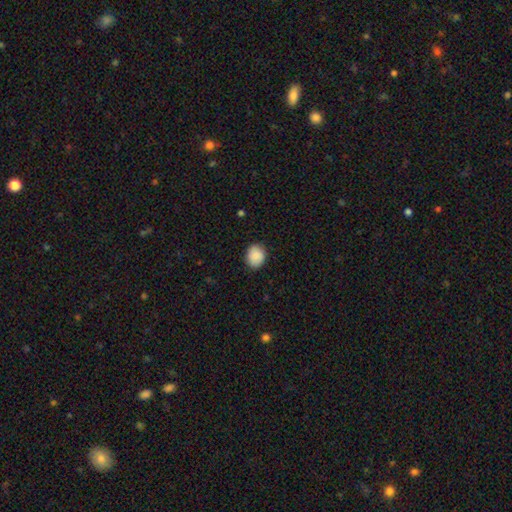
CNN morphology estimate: smooth-or-featured: smooth: 89% | star or artifact: 7% | featured or disk: 4%
  how-rounded: round: 57% | in between: 42% | cigar-shaped: 1%
  merging: none: 86% | minor disturbance: 11% | major disturbance: 2% | merger: 1%